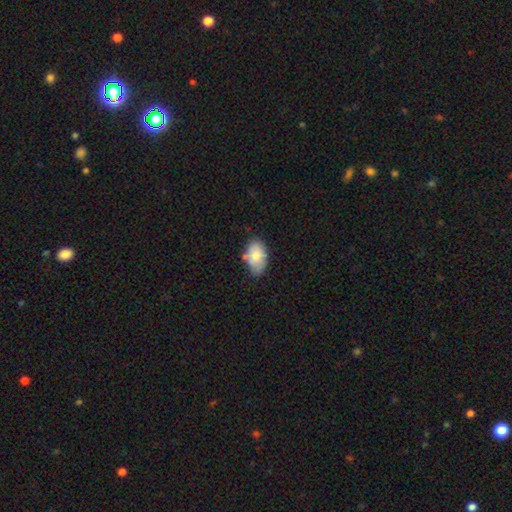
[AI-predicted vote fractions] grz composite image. It shows a smooth galaxy with no disk features (80%) that is in between round and cigar-shaped (92%). Merging: none (65%).